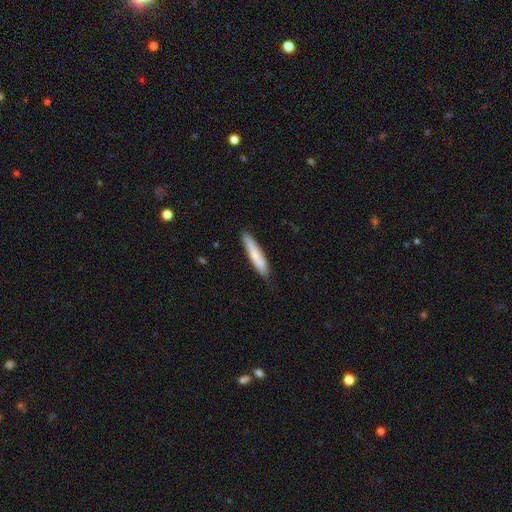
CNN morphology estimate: Smooth or featured: smooth — 68% (featured or disk — 27%)
How rounded: cigar-shaped — 89% (in between — 10%)
Merging: none — 80% (minor disturbance — 15%)